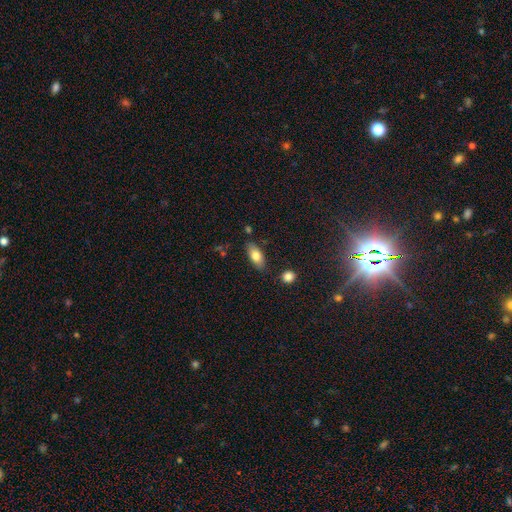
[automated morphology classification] smooth-or-featured: smooth: 76% | featured or disk: 17% | star or artifact: 7%
  how-rounded: in between: 87% | cigar-shaped: 10% | round: 4%
  merging: none: 80% | minor disturbance: 14% | merger: 4% | major disturbance: 3%